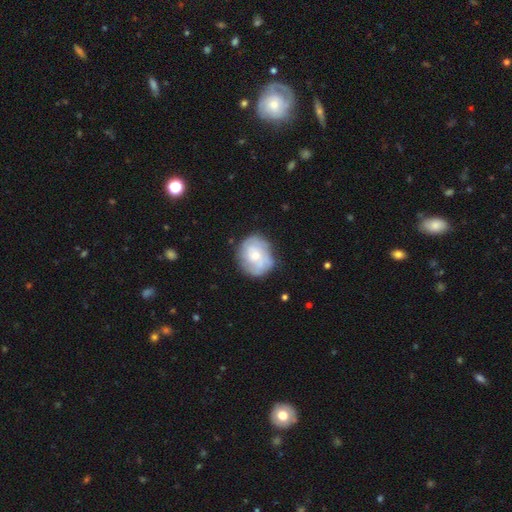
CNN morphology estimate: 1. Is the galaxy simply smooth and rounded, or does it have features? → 59% featured or disk, 35% smooth, 6% star or artifact.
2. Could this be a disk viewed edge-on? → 97% no, 3% yes.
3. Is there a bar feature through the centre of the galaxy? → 80% no, 17% weak, 3% strong.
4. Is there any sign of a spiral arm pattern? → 71% yes, 29% no.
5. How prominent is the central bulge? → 52% small, 44% moderate, 2% large, 1% none, 1% dominant.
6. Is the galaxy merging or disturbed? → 67% none, 22% minor disturbance, 8% major disturbance, 4% merger.